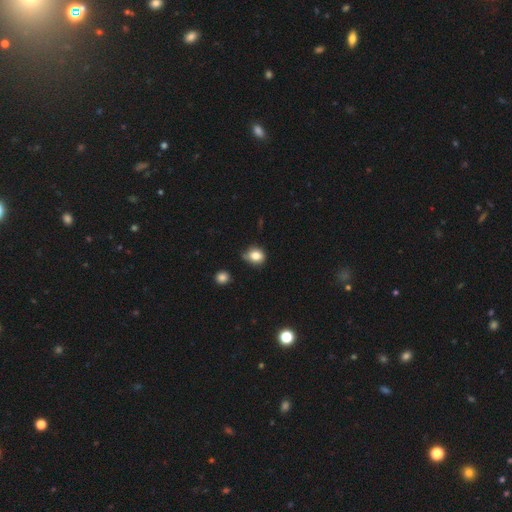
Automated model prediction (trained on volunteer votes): Morphology: type=smooth (81%); roundness=round (65%); merging=none (61%).